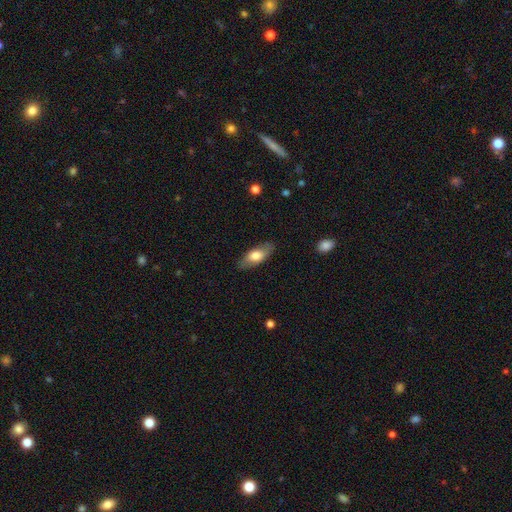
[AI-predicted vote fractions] smooth_or_featured: smooth (p=0.66) [alt: featured or disk p=0.28]
how_rounded: in between (p=0.81) [alt: cigar-shaped p=0.16]
merging: none (p=0.84) [alt: minor disturbance p=0.12]